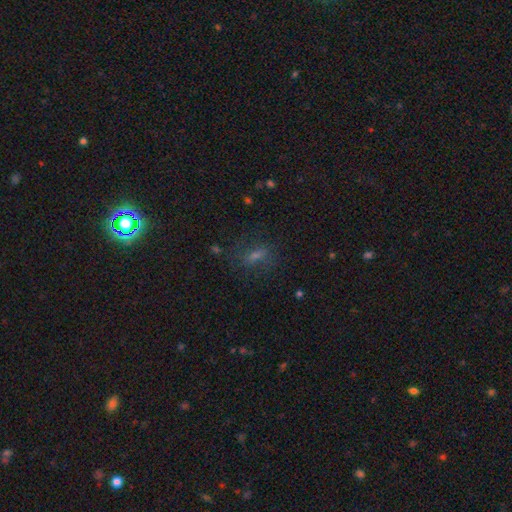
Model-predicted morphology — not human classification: The model was most divided on "smooth or featured": smooth: 50%, star or artifact: 26%, featured or disk: 24%. More confident: merging — none (70%).